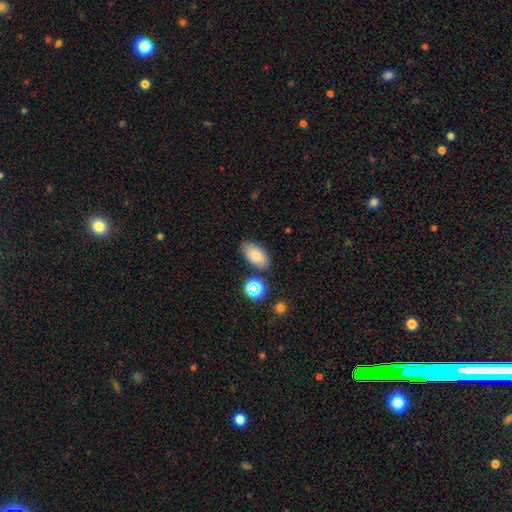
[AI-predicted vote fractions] A smooth galaxy with no disk features (82%) that is in between round and cigar-shaped (93%).

Vote fractions:
- Smooth or featured? smooth: 82% / star or artifact: 9% / featured or disk: 9%
- How rounded? in between: 93% / round: 5% / cigar-shaped: 2%
- Merging? none: 78% / minor disturbance: 13% / merger: 5% / major disturbance: 3%